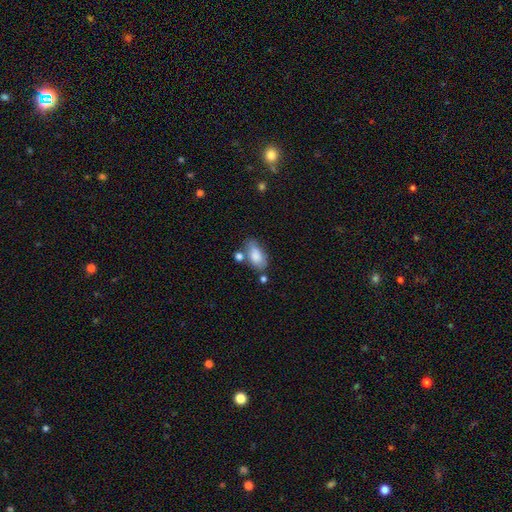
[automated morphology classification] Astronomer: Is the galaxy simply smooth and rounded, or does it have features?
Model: smooth — 80%.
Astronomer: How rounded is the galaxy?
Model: in between — 91%.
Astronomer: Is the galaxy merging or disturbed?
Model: none — 52%.